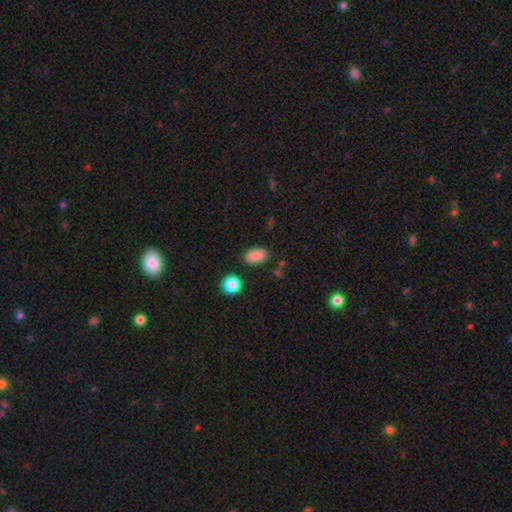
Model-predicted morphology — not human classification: Smooth or featured: smooth — 86% (star or artifact — 9%)
How rounded: in between — 89% (round — 9%)
Merging: none — 83% (minor disturbance — 11%)